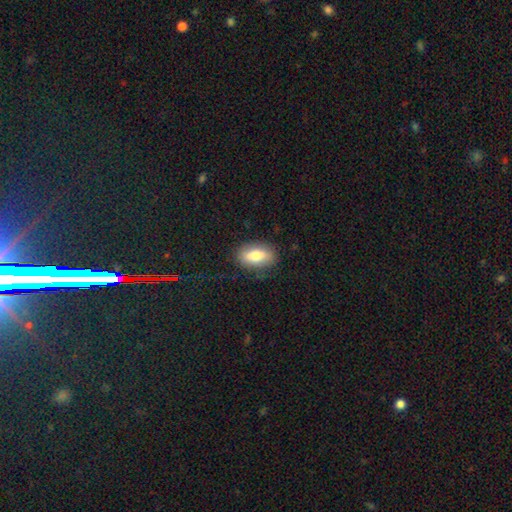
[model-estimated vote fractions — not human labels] This is likely a smooth galaxy (74%). How rounded: clearly in between (86%). Merging: clearly none (84%).